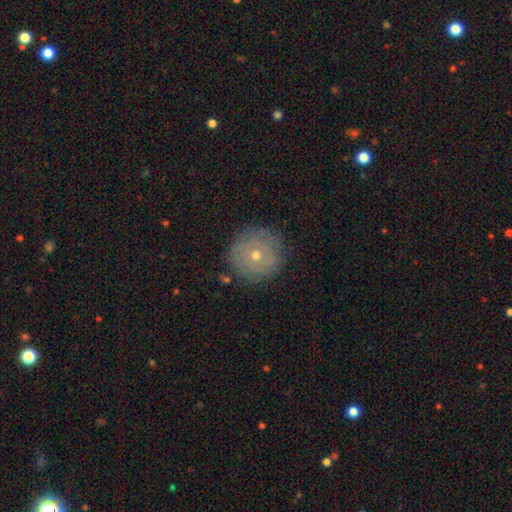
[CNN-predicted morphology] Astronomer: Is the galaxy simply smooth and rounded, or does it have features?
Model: smooth — 48% (runner-up: featured or disk, 41%).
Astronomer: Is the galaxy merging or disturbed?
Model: none — 82%.